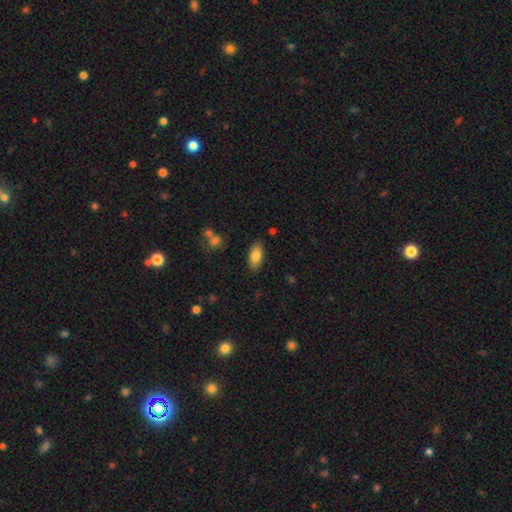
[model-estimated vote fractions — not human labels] The model was most divided on "smooth or featured": smooth: 81%, featured or disk: 11%, star or artifact: 7%. More confident: how rounded — in between (86%); merging — none (85%).